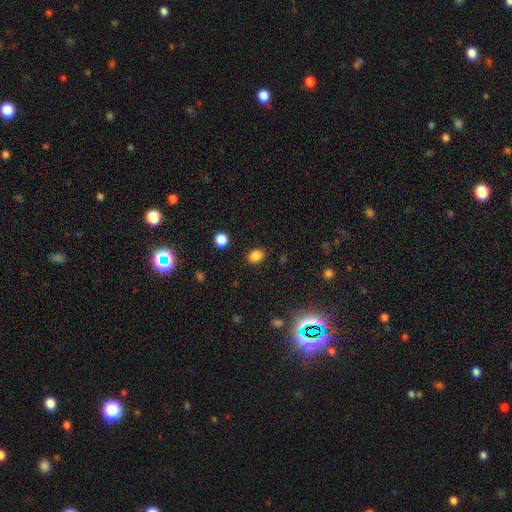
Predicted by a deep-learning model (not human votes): smooth-or-featured: smooth: 84% | star or artifact: 12% | featured or disk: 4%
  how-rounded: in between: 52% | round: 47% | cigar-shaped: 1%
  merging: none: 87% | minor disturbance: 9% | major disturbance: 3% | merger: 2%